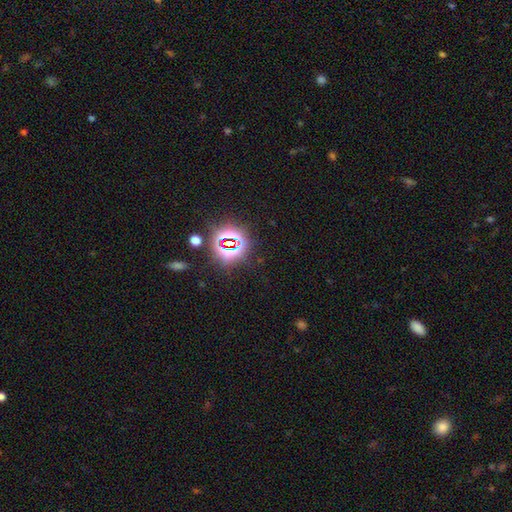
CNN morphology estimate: Overall: star or artifact (79%).